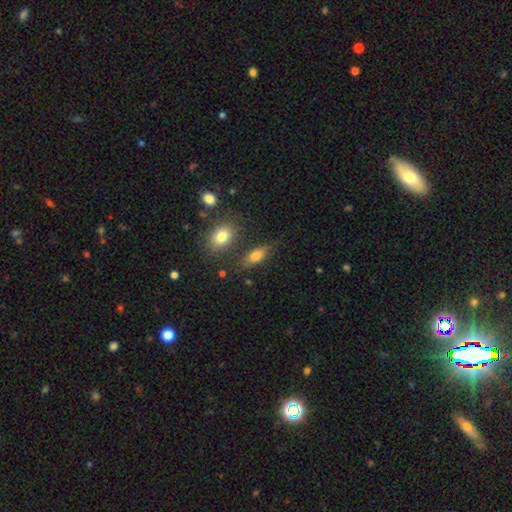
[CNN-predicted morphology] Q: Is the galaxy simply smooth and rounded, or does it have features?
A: smooth — 76%.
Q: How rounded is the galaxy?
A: in between — 78%.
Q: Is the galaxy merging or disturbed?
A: none — 72%.